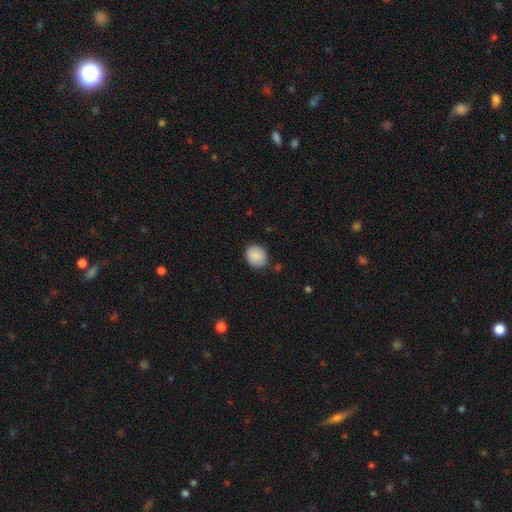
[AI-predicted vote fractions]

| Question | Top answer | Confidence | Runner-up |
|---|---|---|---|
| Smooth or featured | smooth | 87% | star or artifact (7%) |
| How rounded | round | 68% | in between (31%) |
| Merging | none | 82% | minor disturbance (14%) |